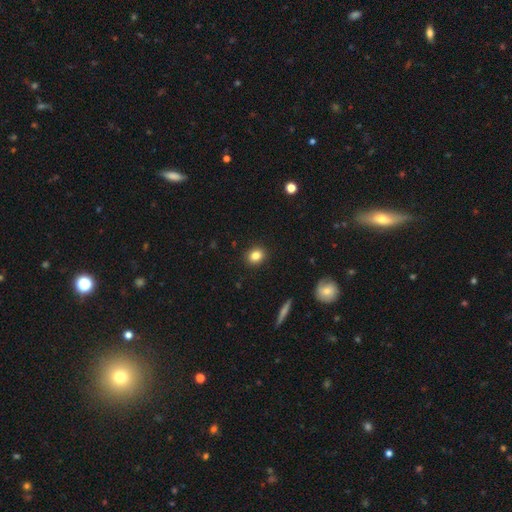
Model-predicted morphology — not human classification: smooth_or_featured: smooth (p=0.83) [alt: star or artifact p=0.10]
how_rounded: round (p=0.67) [alt: in between p=0.31]
merging: none (p=0.91) [alt: minor disturbance p=0.06]